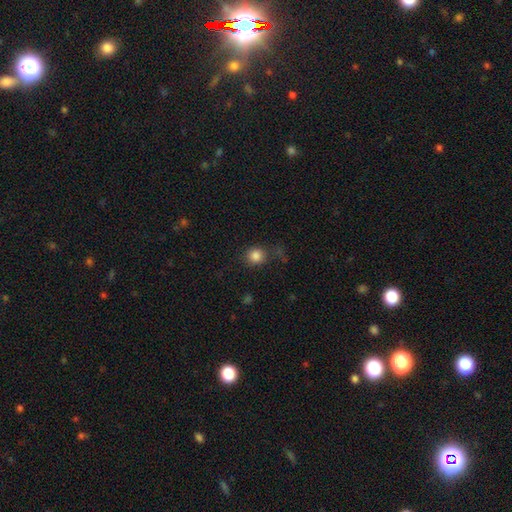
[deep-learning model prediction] Smooth or featured? Predicted: smooth (p=0.84). How rounded? Predicted: round (p=0.87). Merging? Predicted: none (p=0.70).